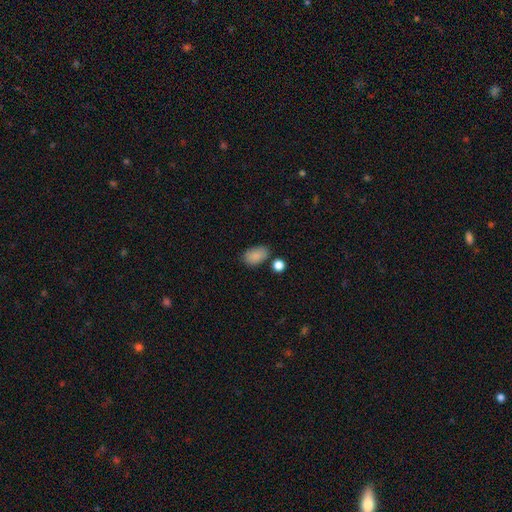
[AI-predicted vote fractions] Smooth or featured? Predicted: smooth (p=0.87). How rounded? Predicted: in between (p=0.90). Merging? Predicted: none (p=0.73).